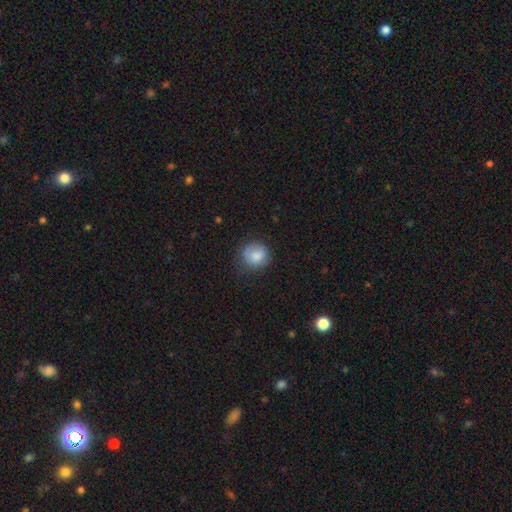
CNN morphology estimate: This is clearly a smooth galaxy (83%). How rounded: clearly round (88%). Merging: likely none (72%).